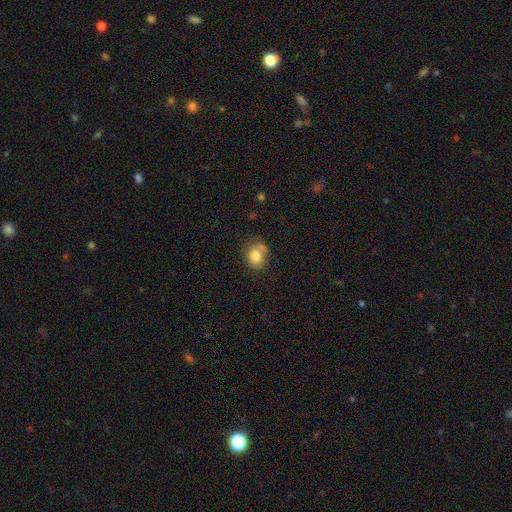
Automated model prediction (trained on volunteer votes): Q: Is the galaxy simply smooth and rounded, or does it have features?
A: smooth — 80%.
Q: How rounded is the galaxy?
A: round — 62%.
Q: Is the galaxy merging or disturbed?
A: none — 56%.